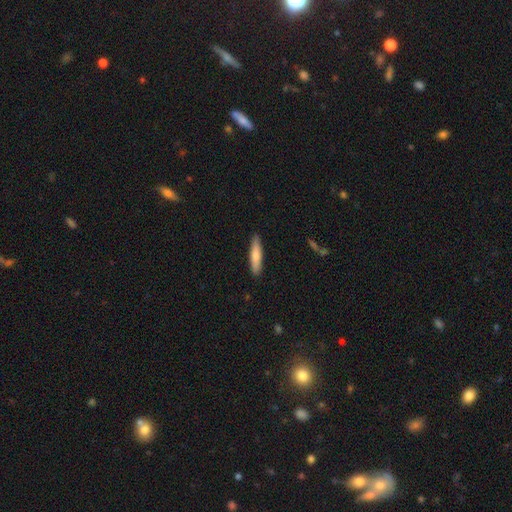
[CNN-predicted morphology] Overall: smooth (74%). How rounded: cigar-shaped (82%). Merging: none (89%).